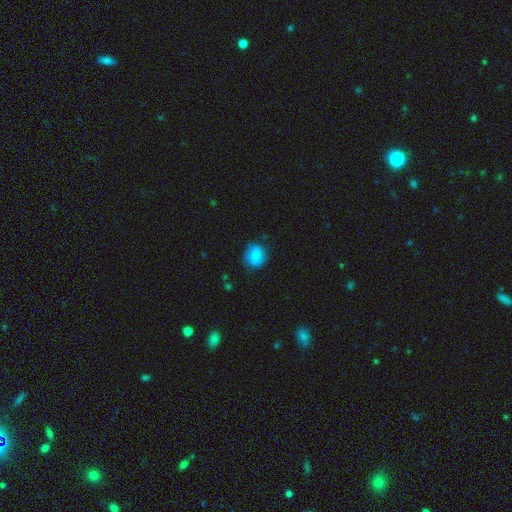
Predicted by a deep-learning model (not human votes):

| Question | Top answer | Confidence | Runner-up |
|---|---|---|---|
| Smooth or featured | smooth | 77% | featured or disk (15%) |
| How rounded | round | 72% | in between (27%) |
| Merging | none | 73% | minor disturbance (20%) |